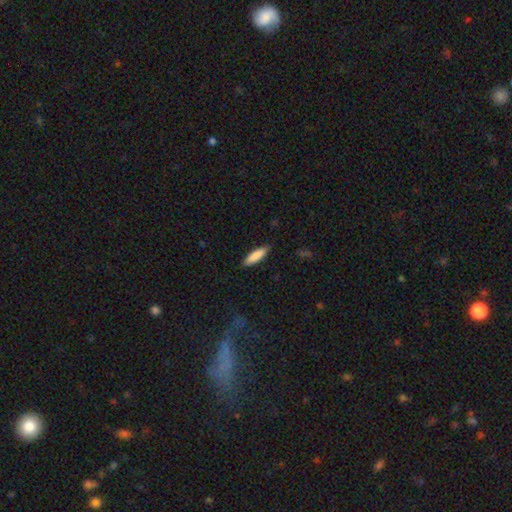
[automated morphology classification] A smooth galaxy with no disk features (86%) that is cigar-shaped (61%).

Vote fractions:
- Smooth or featured? smooth: 86% / featured or disk: 8% / star or artifact: 5%
- How rounded? cigar-shaped: 61% / in between: 38% / round: 1%
- Merging? none: 88% / minor disturbance: 9% / major disturbance: 2% / merger: 1%